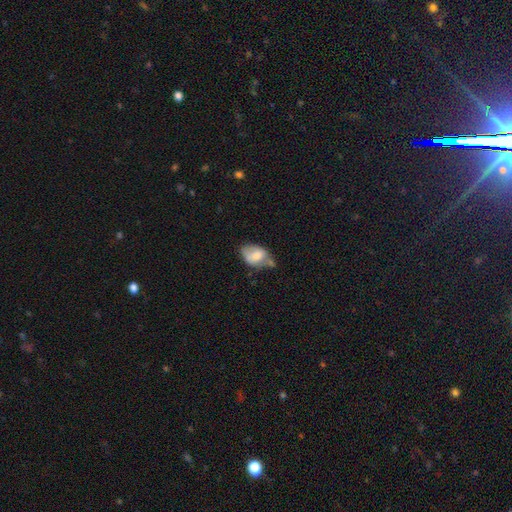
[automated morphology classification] Smooth or featured?
  - smooth: 66% *
  - featured or disk: 26%
  - star or artifact: 8%
How rounded?
  - in between: 83% *
  - round: 15%
  - cigar-shaped: 1%
Merging?
  - minor disturbance: 37% *
  - none: 35%
  - merger: 15%
  - major disturbance: 14%